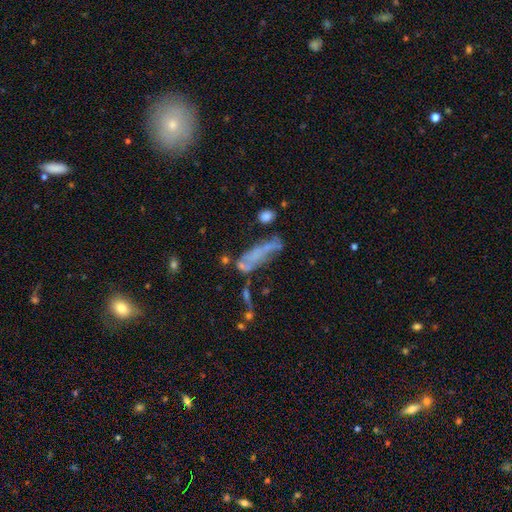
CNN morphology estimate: Overall: featured or disk (44%; smooth 40%). Merging: none (33%; major disturbance 24%).